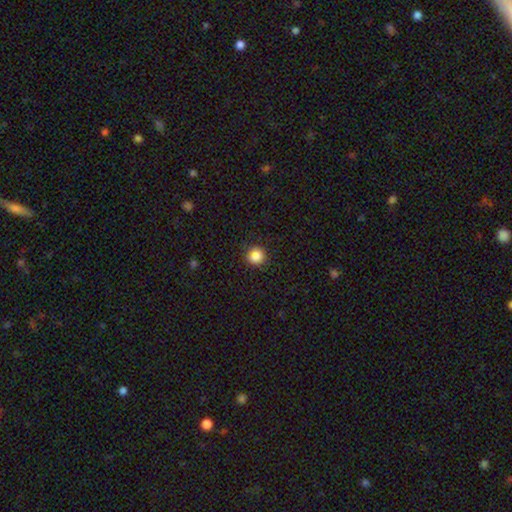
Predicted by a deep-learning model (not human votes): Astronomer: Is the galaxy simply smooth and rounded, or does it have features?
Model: smooth — 86%.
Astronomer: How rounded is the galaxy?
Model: round — 93%.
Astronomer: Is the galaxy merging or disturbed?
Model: none — 90%.